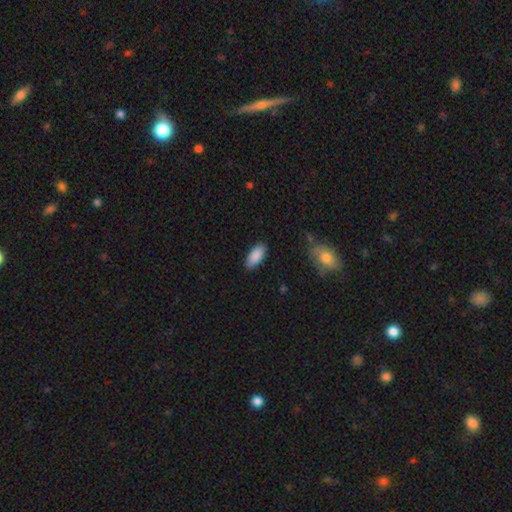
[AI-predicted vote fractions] The model was most divided on "how rounded": in between: 87%, cigar-shaped: 11%, round: 2%. More confident: smooth or featured — smooth (89%); merging — none (86%).